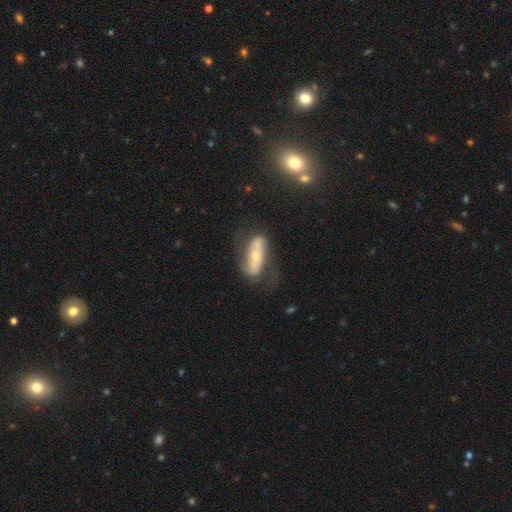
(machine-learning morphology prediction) This is likely a featured or disk galaxy (64%). It is likely not viewed edge-on (79%). Bar: possibly strong (47%). Spiral arm pattern: likely yes (75%). Central bulge: possibly small (50%). Merging: likely none (61%).